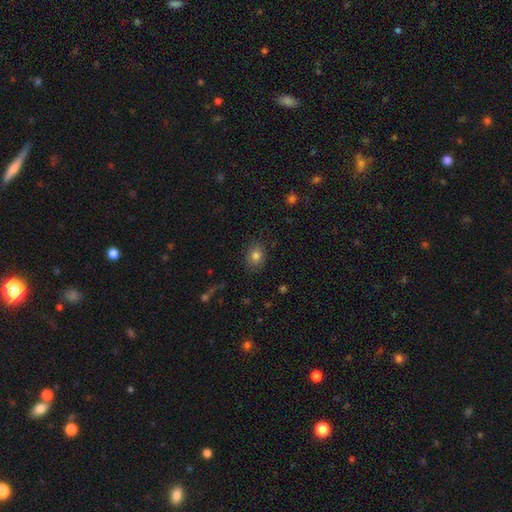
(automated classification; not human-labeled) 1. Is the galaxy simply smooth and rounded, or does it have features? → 81% smooth, 11% star or artifact, 8% featured or disk.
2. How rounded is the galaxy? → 51% round, 48% in between, 1% cigar-shaped.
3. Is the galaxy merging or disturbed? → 84% none, 12% minor disturbance, 3% major disturbance, 1% merger.